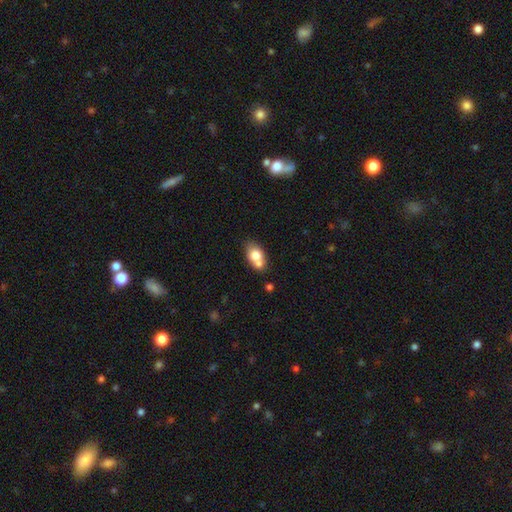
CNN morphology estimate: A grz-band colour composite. It shows a smooth galaxy with no disk features (73%) that is in between round and cigar-shaped (78%). Merging: none (44%).